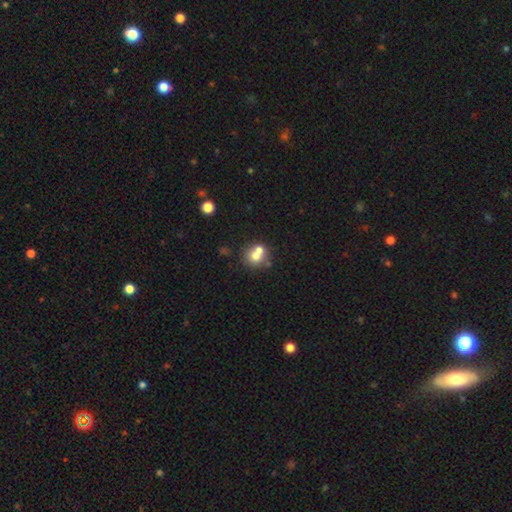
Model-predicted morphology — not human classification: Smooth or featured? Predicted: smooth (p=0.68). How rounded? Predicted: round (p=0.79). Merging? Predicted: merger (p=0.50).